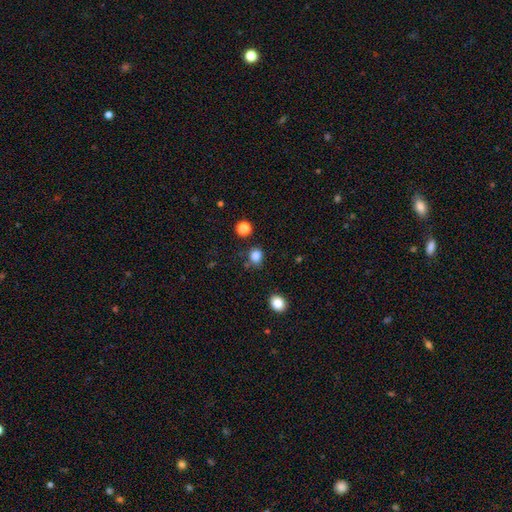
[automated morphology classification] Smooth or featured? Predicted: smooth (p=0.83). How rounded? Predicted: round (p=0.70). Merging? Predicted: none (p=0.76).